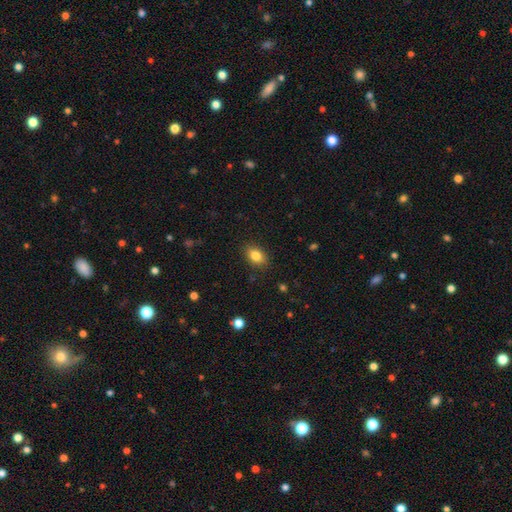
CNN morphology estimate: Smooth or featured?
  - smooth: 84% *
  - star or artifact: 9%
  - featured or disk: 8%
How rounded?
  - in between: 81% *
  - round: 17%
  - cigar-shaped: 2%
Merging?
  - none: 87% *
  - minor disturbance: 9%
  - major disturbance: 2%
  - merger: 1%